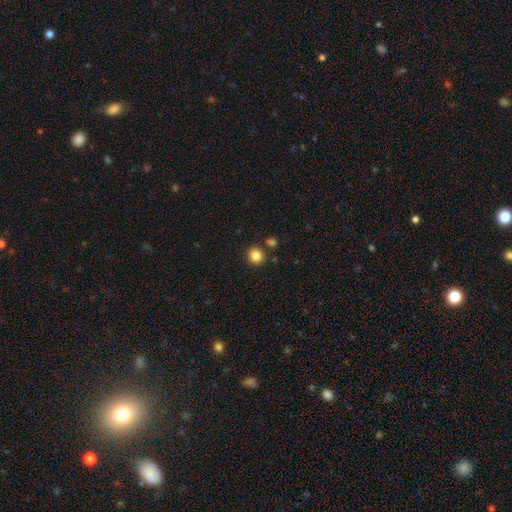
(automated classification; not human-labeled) This appears to be a smooth galaxy with no disk features (85%) that is round (88%). Merging: none (85%).